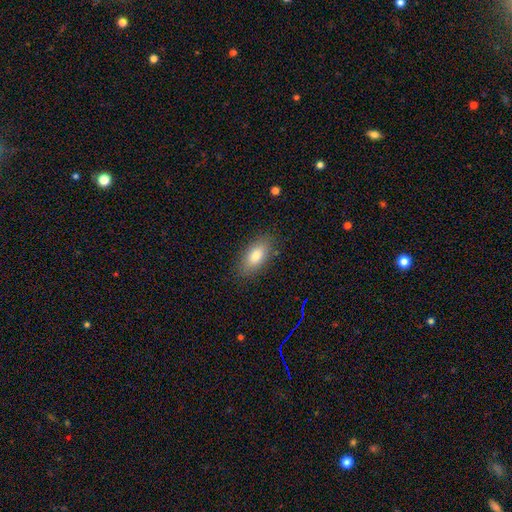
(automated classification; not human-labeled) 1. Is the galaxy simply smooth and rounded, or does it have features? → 82% smooth, 11% featured or disk, 7% star or artifact.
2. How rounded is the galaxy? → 88% in between, 8% cigar-shaped, 4% round.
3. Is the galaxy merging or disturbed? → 84% none, 12% minor disturbance, 3% major disturbance, 1% merger.